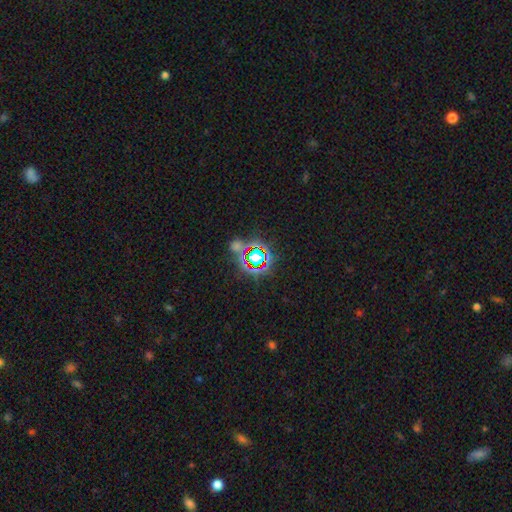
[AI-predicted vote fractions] Overall: star or artifact (75%).